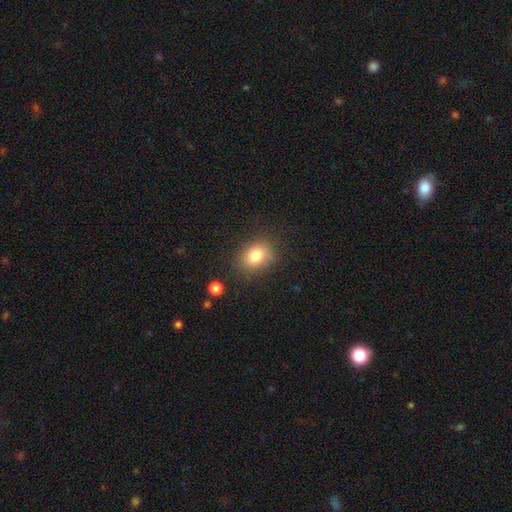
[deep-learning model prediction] Overall: smooth (80%). How rounded: in between (56%; round 43%). Merging: none (83%).